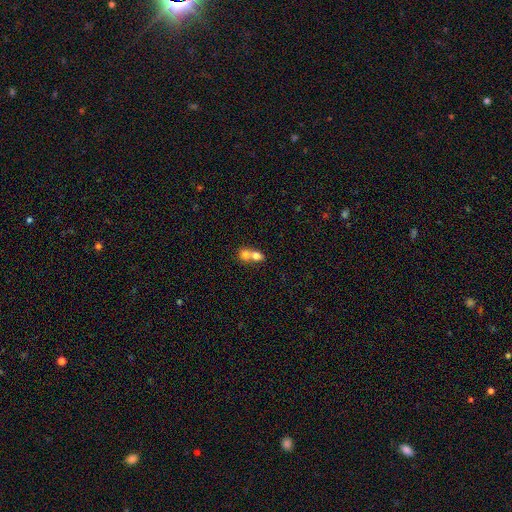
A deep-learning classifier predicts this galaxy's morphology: Smooth or featured? Predicted: smooth (p=0.75). How rounded? Predicted: round (p=0.58). Merging? Predicted: merger (p=0.75).